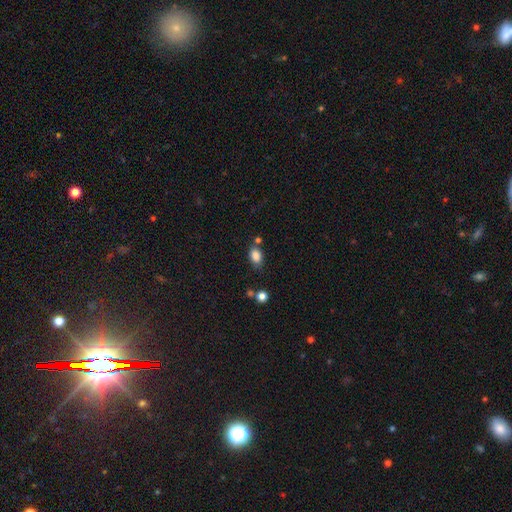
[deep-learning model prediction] Smooth or featured? Predicted: smooth (p=0.85). How rounded? Predicted: in between (p=0.81). Merging? Predicted: none (p=0.70).